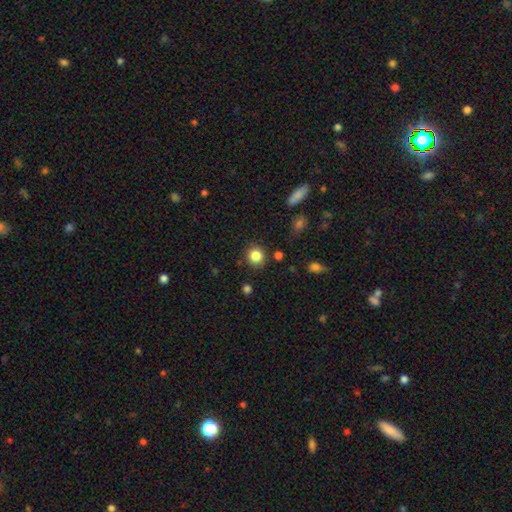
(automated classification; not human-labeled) Smooth or featured?
  - smooth: 84% *
  - star or artifact: 11%
  - featured or disk: 5%
How rounded?
  - round: 88% *
  - in between: 11%
  - cigar-shaped: 1%
Merging?
  - none: 87% *
  - minor disturbance: 8%
  - merger: 3%
  - major disturbance: 3%